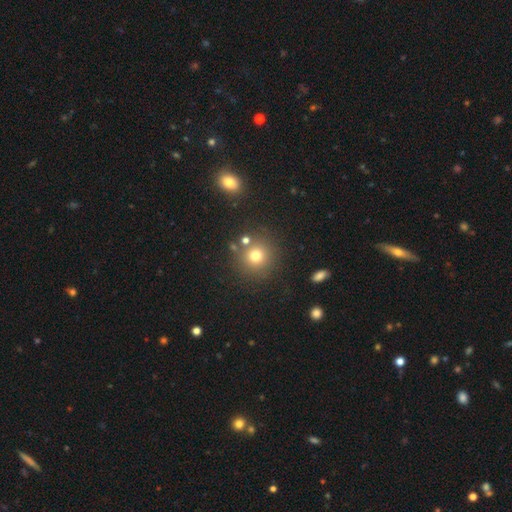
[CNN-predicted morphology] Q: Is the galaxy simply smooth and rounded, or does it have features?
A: smooth — 74%.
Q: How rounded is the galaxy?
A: round — 92%.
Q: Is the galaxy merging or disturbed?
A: none — 80%.